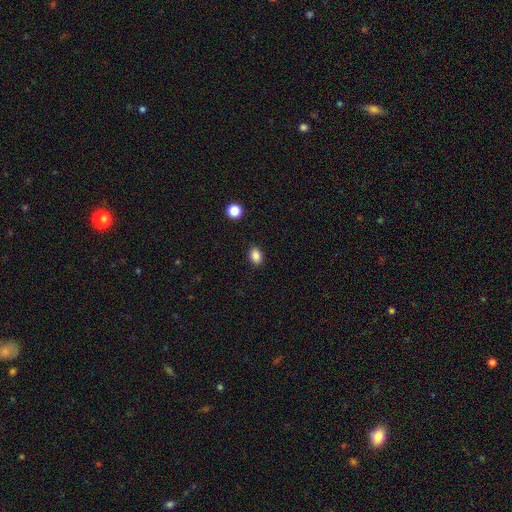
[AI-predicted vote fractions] smooth-or-featured: smooth: 86% | star or artifact: 10% | featured or disk: 3%
  how-rounded: in between: 76% | round: 23% | cigar-shaped: 1%
  merging: none: 89% | minor disturbance: 8% | major disturbance: 2% | merger: 1%